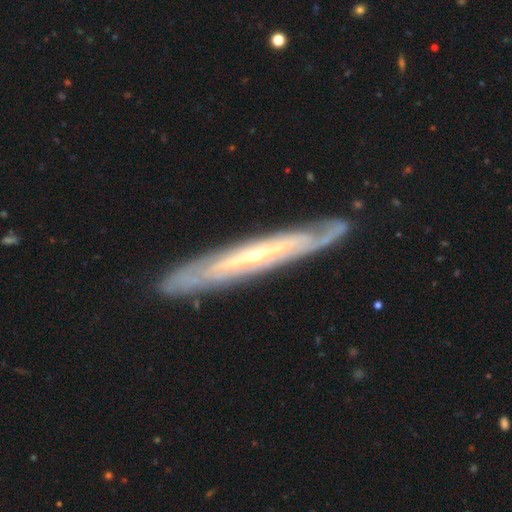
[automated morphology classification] featured or disk 83%, smooth 12%, star or artifact 5%. Down the decision tree: edge-on disk — yes (61%); edge-on bulge — rounded (53%); merging — none (82%).